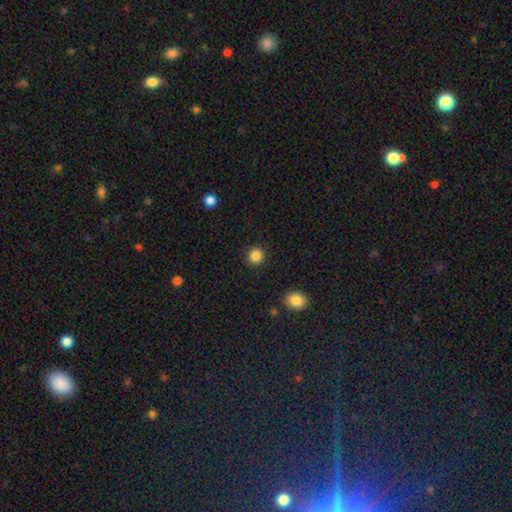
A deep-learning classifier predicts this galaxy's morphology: Smooth or featured? smooth (86%)
How rounded? round (91%)
Merging? none (92%)